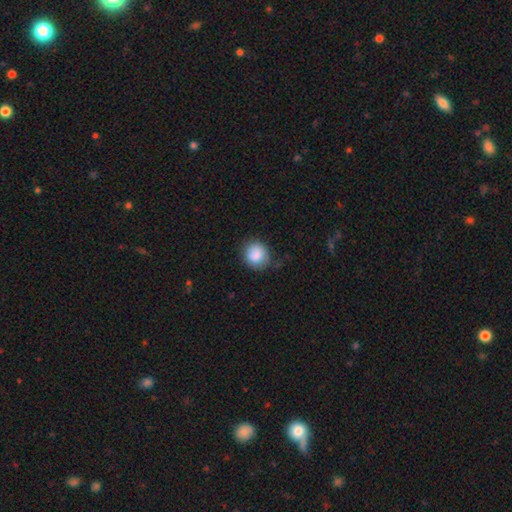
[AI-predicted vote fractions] Smooth or featured: smooth — 86% (star or artifact — 8%)
How rounded: round — 83% (in between — 16%)
Merging: none — 75% (minor disturbance — 18%)